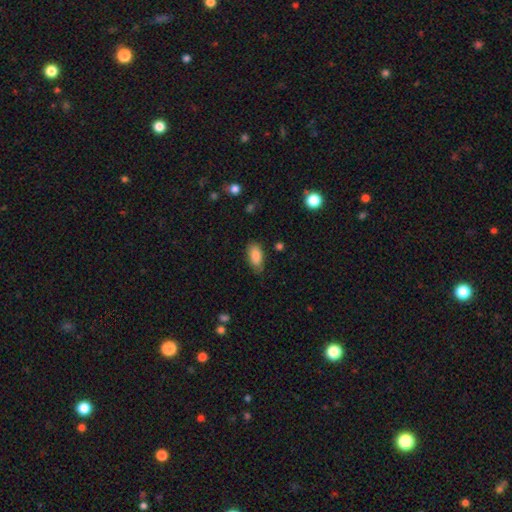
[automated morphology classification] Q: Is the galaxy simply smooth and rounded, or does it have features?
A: smooth — 87%.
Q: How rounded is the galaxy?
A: in between — 91%.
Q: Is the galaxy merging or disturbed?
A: none — 75%.